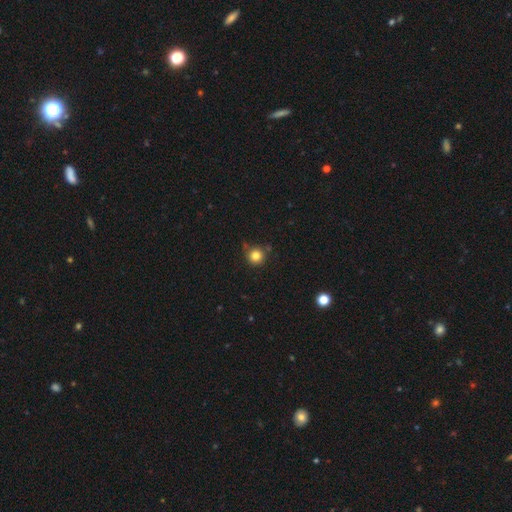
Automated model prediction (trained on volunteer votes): smooth_or_featured: smooth (p=0.83) [alt: star or artifact p=0.12]
how_rounded: round (p=0.95) [alt: in between p=0.04]
merging: none (p=0.81) [alt: minor disturbance p=0.12]